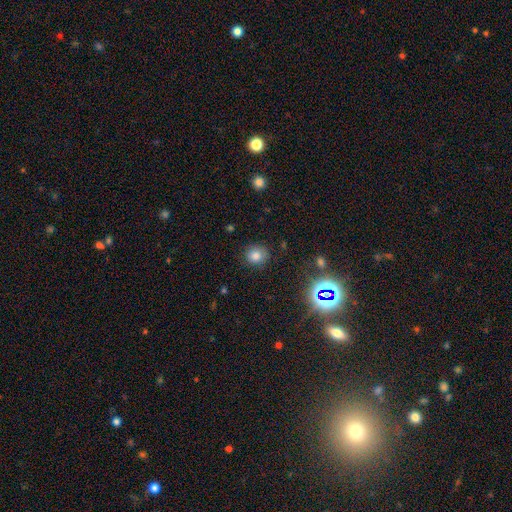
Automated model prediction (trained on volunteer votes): Morphology: type=smooth (79%); roundness=round (82%); merging=none (85%).